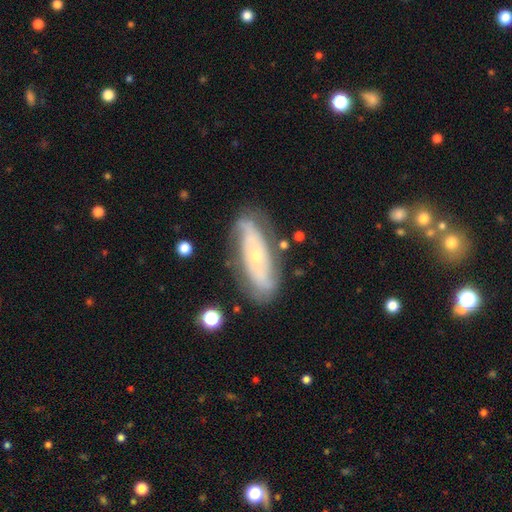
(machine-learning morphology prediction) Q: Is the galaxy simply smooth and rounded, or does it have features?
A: featured or disk — 71%.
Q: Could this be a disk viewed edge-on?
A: no — 85%.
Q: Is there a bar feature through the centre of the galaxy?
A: no — 78%.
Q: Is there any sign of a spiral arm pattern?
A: yes — 77%.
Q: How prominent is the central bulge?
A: small — 66%.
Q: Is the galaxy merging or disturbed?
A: none — 72%.